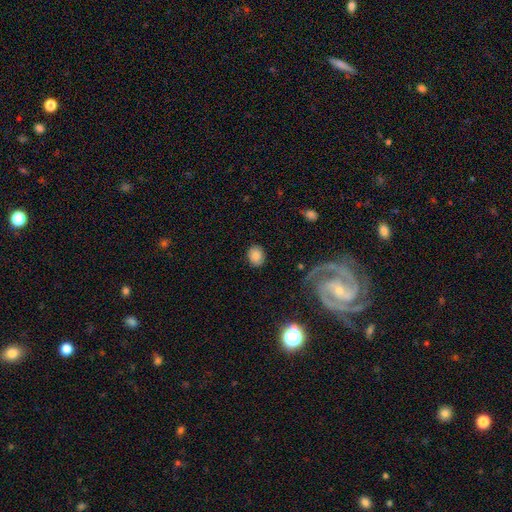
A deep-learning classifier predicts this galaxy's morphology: Q: Smooth or featured?
A: smooth (84%); runner-up: star or artifact (9%)
Q: How rounded?
A: round (53%); runner-up: in between (46%)
Q: Merging?
A: none (85%); runner-up: minor disturbance (10%)